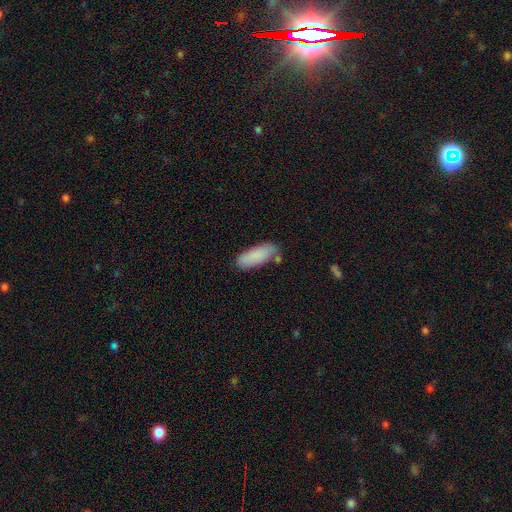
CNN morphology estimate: Smooth or featured? smooth (87%)
How rounded? in between (70%)
Merging? none (70%)